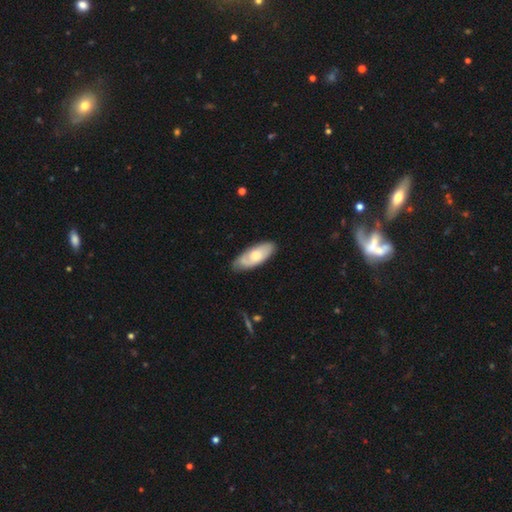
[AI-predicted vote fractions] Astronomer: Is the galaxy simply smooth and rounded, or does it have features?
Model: smooth — 56% (runner-up: featured or disk, 39%).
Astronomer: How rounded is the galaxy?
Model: in between — 82%.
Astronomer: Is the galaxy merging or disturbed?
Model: none — 75%.